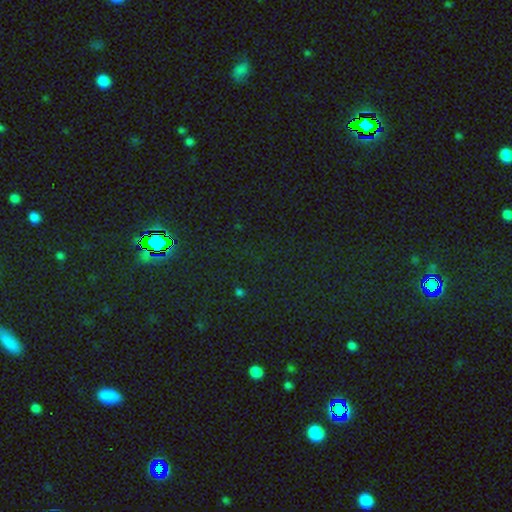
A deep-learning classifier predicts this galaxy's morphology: This appears to be a star or artifact, not a galaxy (79%).